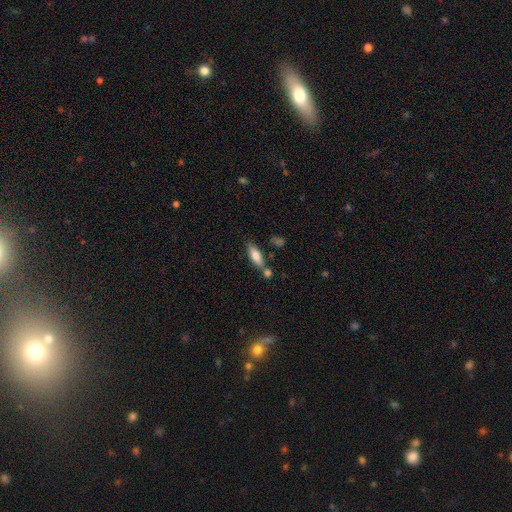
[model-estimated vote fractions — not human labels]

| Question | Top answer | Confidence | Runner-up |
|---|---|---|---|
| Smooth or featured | smooth | 74% | featured or disk (19%) |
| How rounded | in between | 56% | cigar-shaped (42%) |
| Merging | none | 59% | merger (22%) |